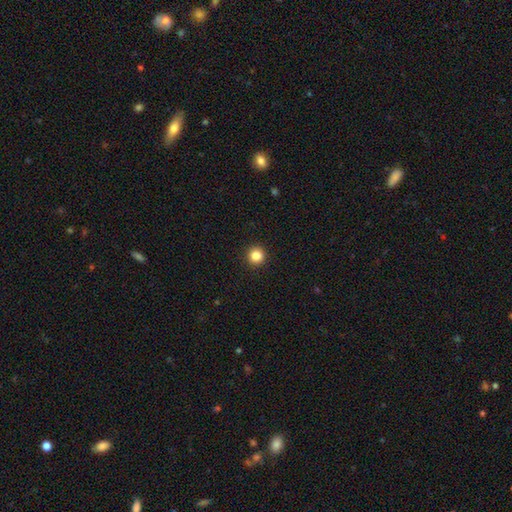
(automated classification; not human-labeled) Smooth or featured?
  - smooth: 85% *
  - star or artifact: 11%
  - featured or disk: 4%
How rounded?
  - round: 95% *
  - in between: 4%
  - cigar-shaped: 1%
Merging?
  - none: 93% *
  - minor disturbance: 4%
  - major disturbance: 2%
  - merger: 1%